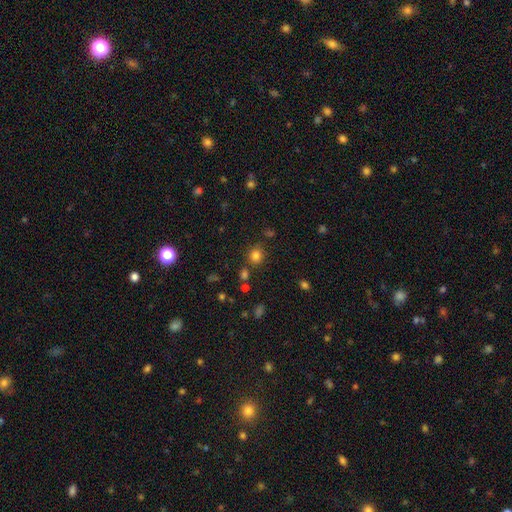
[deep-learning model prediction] This is likely a smooth galaxy (80%). How rounded: clearly round (84%). Merging: clearly none (80%).